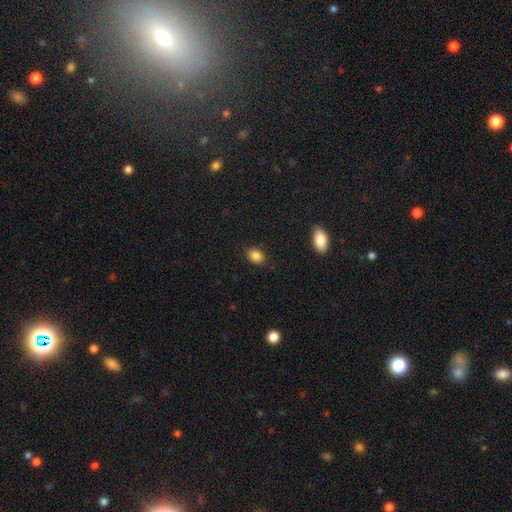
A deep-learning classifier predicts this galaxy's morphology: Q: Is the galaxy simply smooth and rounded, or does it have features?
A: smooth — 86%.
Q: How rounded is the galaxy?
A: in between — 68%.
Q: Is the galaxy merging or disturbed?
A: none — 83%.